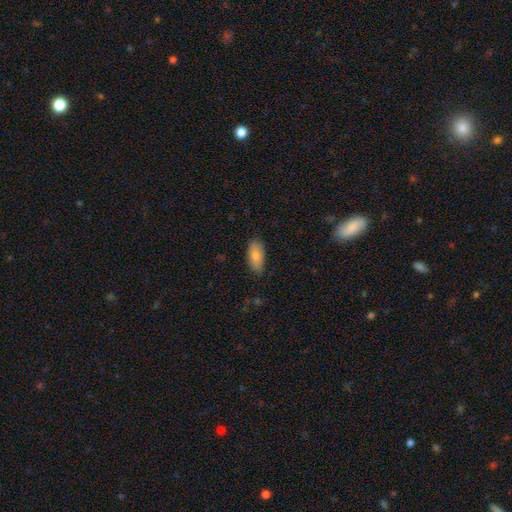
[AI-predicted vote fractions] Smooth or featured? Predicted: smooth (p=0.82). How rounded? Predicted: in between (p=0.89). Merging? Predicted: none (p=0.84).